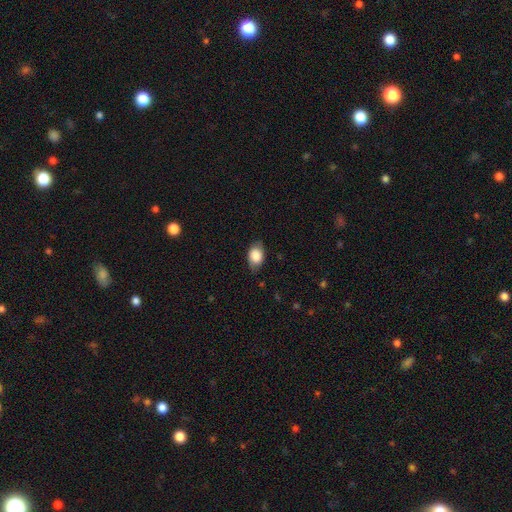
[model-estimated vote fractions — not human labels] smooth-or-featured: smooth: 83% | featured or disk: 10% | star or artifact: 7%
  how-rounded: in between: 87% | round: 11% | cigar-shaped: 1%
  merging: none: 77% | minor disturbance: 18% | major disturbance: 4% | merger: 1%